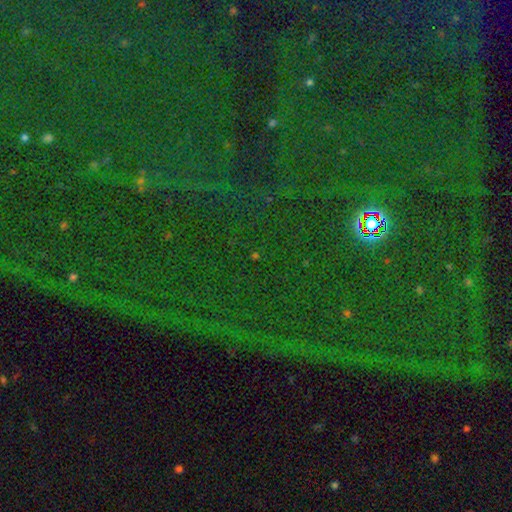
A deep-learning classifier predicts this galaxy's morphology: Q: Smooth or featured?
A: star or artifact (79%); runner-up: smooth (13%)